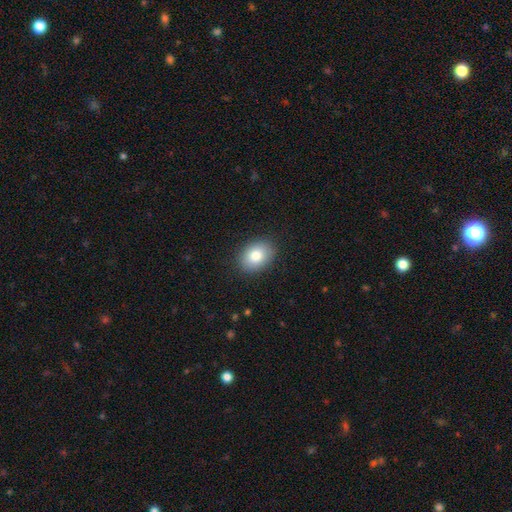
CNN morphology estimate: Smooth or featured: smooth — 82% (featured or disk — 10%)
How rounded: in between — 70% (round — 29%)
Merging: none — 89% (minor disturbance — 8%)